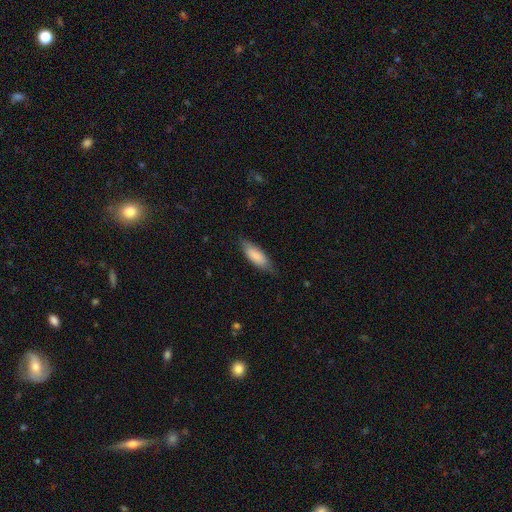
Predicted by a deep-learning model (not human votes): This appears to be a smooth galaxy with no disk features (82%) that is in between round and cigar-shaped (66%). Merging: none (75%).